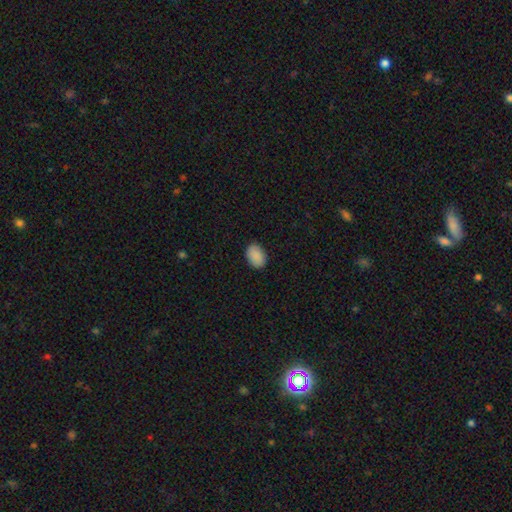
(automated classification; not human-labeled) Smooth or featured? smooth (90%)
How rounded? in between (82%)
Merging? none (87%)